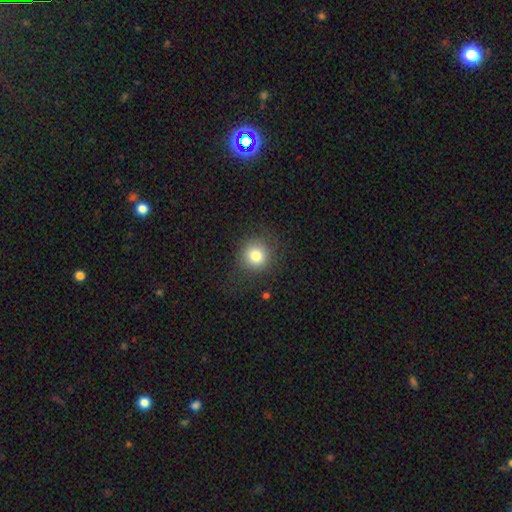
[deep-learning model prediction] This appears to be a smooth galaxy with no disk features (81%) that is round (90%). Merging: none (83%).